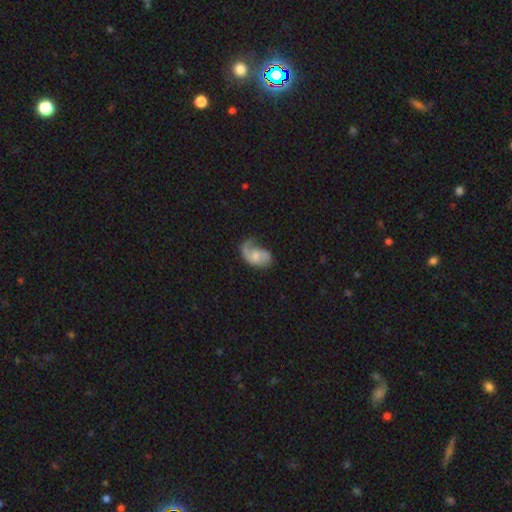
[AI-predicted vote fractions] smooth_or_featured: featured or disk (p=0.66) [alt: smooth p=0.27]
disk_edge_on: no (p=0.97) [alt: yes p=0.03]
bar: no (p=0.61) [alt: weak p=0.33]
has_spiral_arms: yes (p=0.88) [alt: no p=0.12]
spiral_winding: loose (p=0.53) [alt: medium p=0.34]
spiral_arm_count: 1 (p=0.52) [alt: 2 p=0.40]
bulge_size: small (p=0.45) [alt: moderate p=0.32]
merging: none (p=0.38) [alt: major disturbance p=0.33]